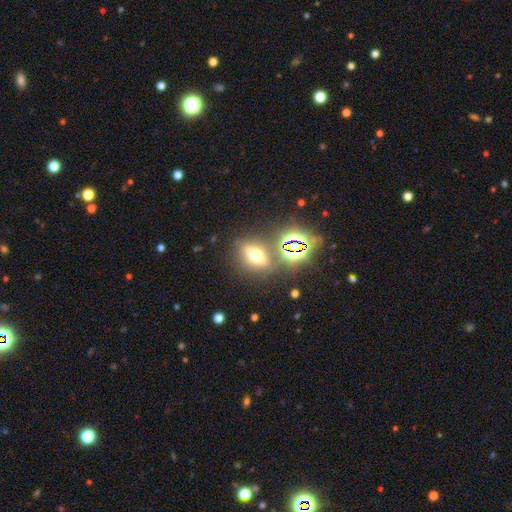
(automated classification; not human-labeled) Q: Smooth or featured?
A: featured or disk (34%); runner-up: star or artifact (33%)
Q: Merging?
A: none (78%); runner-up: minor disturbance (11%)